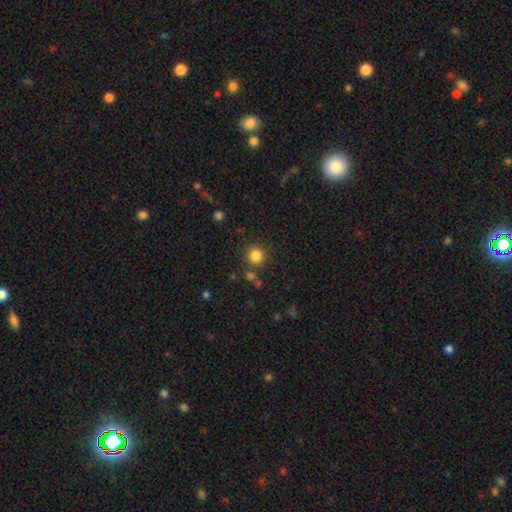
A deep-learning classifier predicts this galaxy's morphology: Q: Smooth or featured?
A: smooth (83%); runner-up: star or artifact (12%)
Q: How rounded?
A: round (92%); runner-up: in between (7%)
Q: Merging?
A: none (83%); runner-up: minor disturbance (8%)